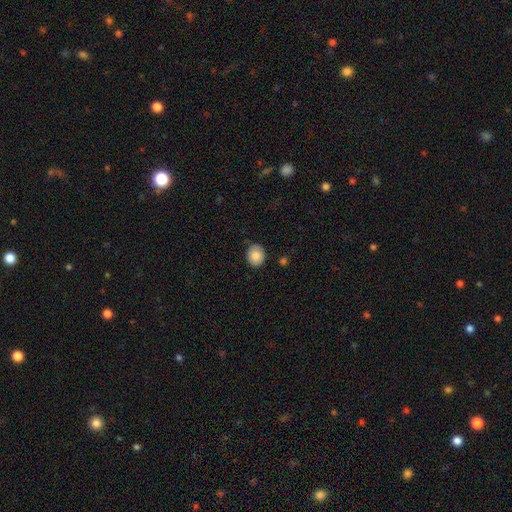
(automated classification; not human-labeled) Morphology: type=smooth (83%); roundness=round (69%); merging=none (83%).